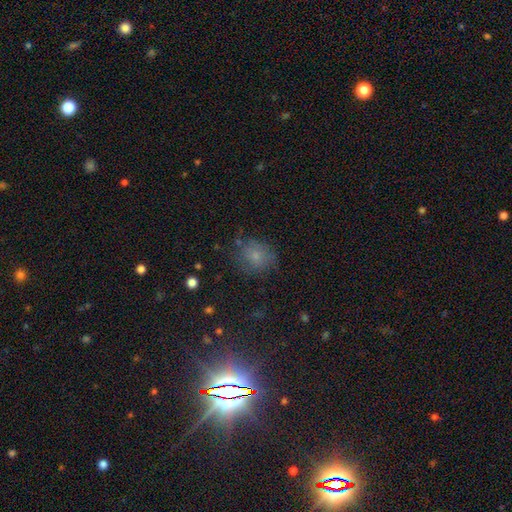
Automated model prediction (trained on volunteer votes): Q: Smooth or featured?
A: smooth (74%); runner-up: star or artifact (14%)
Q: How rounded?
A: round (71%); runner-up: in between (28%)
Q: Merging?
A: none (69%); runner-up: minor disturbance (20%)